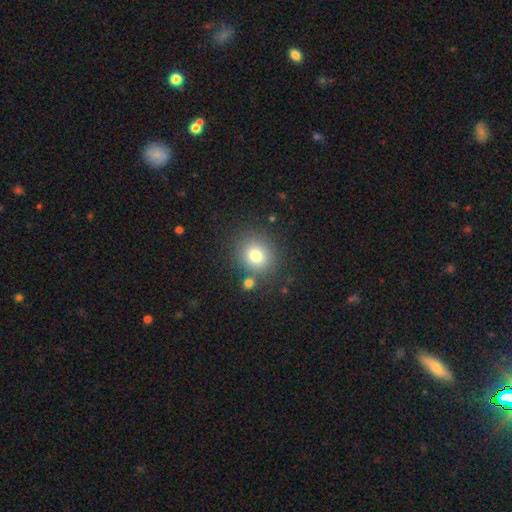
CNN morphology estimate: Q: Smooth or featured?
A: smooth (77%); runner-up: star or artifact (13%)
Q: How rounded?
A: round (82%); runner-up: in between (18%)
Q: Merging?
A: none (78%); runner-up: minor disturbance (10%)